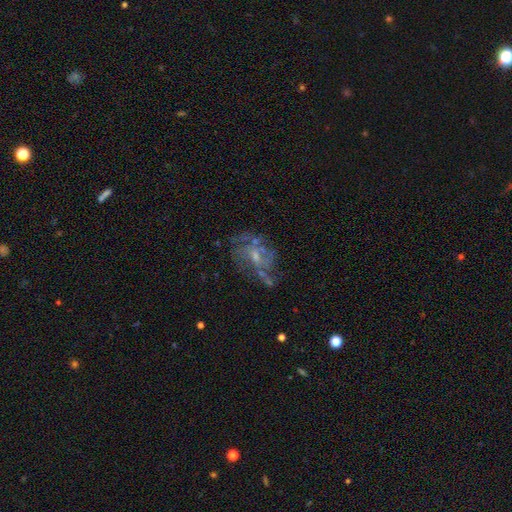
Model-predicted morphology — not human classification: This is likely a featured or disk galaxy (71%). It is clearly not viewed edge-on (97%). Bar: possibly no (59%). Spiral arm pattern: likely yes (63%). Central bulge: possibly small (54%). Merging: possibly none (47%).